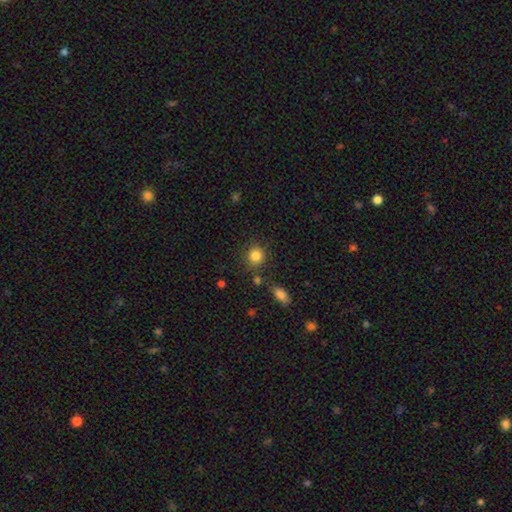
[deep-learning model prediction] Overall: smooth (84%). How rounded: round (84%). Merging: none (79%).